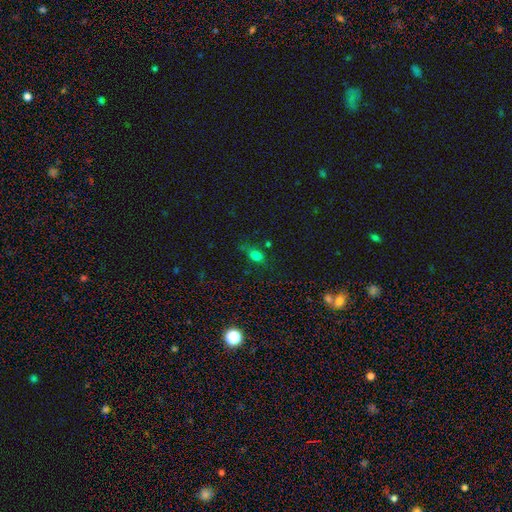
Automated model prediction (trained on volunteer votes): smooth 75%, star or artifact 17%, featured or disk 8%. Down the decision tree: how rounded — in between (71%); merging — none (60%).